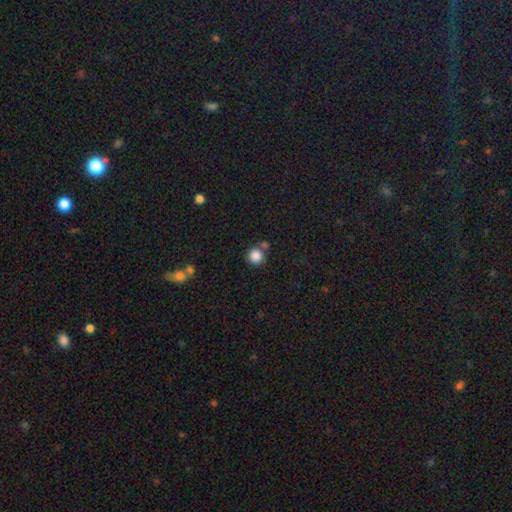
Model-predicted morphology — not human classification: This appears to be a smooth galaxy with no disk features (85%) that is round (94%). Merging: none (71%).